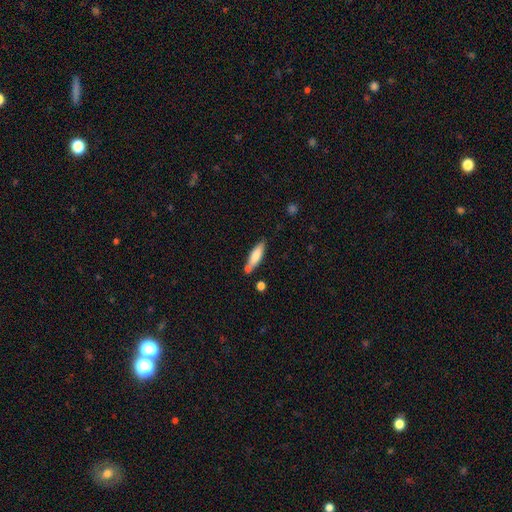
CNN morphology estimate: smooth 76%, featured or disk 17%, star or artifact 6%. Down the decision tree: how rounded — cigar-shaped (59%); merging — none (65%).